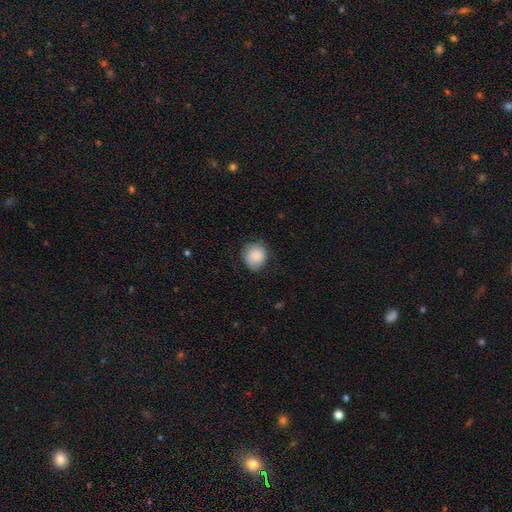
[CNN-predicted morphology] smooth 81%, featured or disk 11%, star or artifact 8%. Down the decision tree: how rounded — round (83%); merging — none (73%).